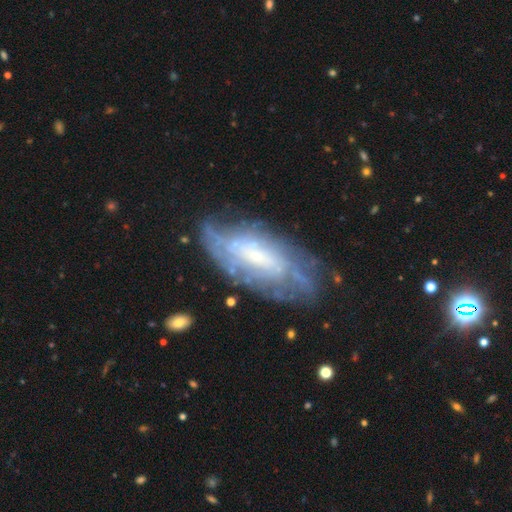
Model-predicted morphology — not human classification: smooth-or-featured: featured or disk: 75% | smooth: 18% | star or artifact: 7%
  disk-edge-on: no: 88% | yes: 12%
    bar: no: 59% | weak: 32% | strong: 9%
    has-spiral-arms: yes: 81% | no: 19%
      spiral-winding: tight: 60% | medium: 28% | loose: 12%
      spiral-arm-count: can't tell: 63% | 2: 11% | 4: 8% | 3: 7% | more than 4: 7% | 1: 4%
    bulge-size: small: 62% | moderate: 23% | none: 9% | large: 5% | dominant: 1%
  merging: none: 68% | minor disturbance: 20% | major disturbance: 9% | merger: 2%